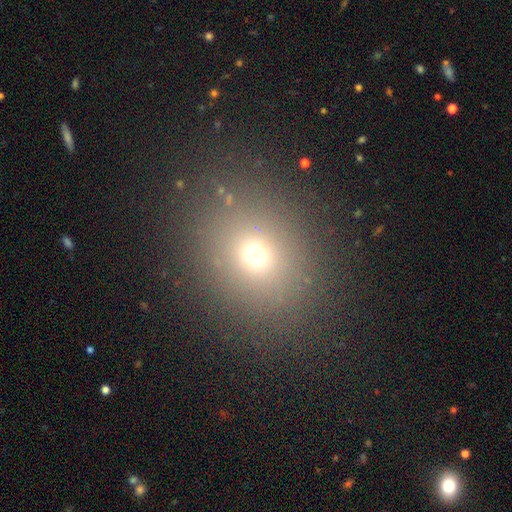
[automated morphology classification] type=smooth (67%); roundness=round (61%); merging=none (87%).